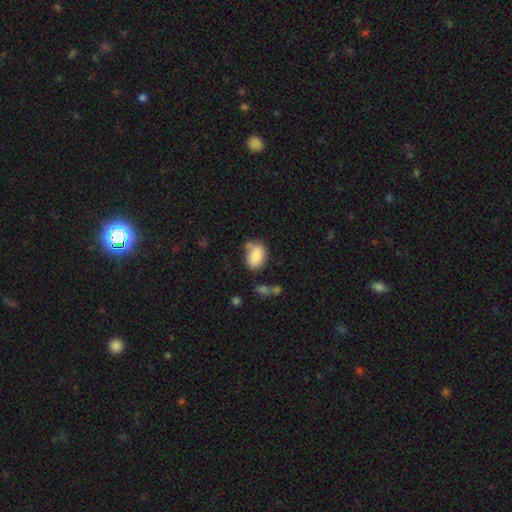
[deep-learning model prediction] Smooth or featured: smooth — 85% (star or artifact — 8%)
How rounded: in between — 85% (round — 14%)
Merging: none — 58% (minor disturbance — 24%)